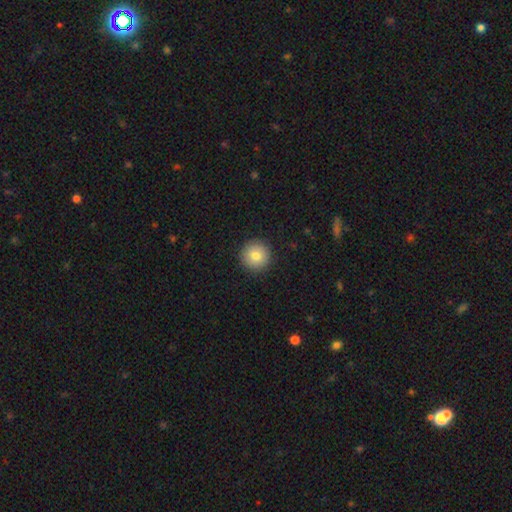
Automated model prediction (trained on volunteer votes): smooth 81%, featured or disk 10%, star or artifact 9%. Down the decision tree: how rounded — round (96%); merging — none (92%).